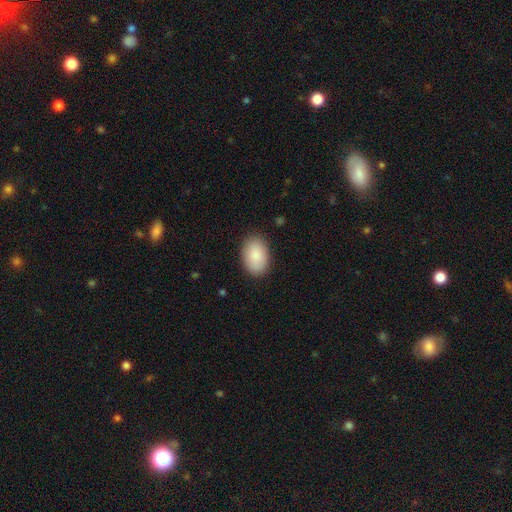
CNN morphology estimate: smooth-or-featured: smooth: 88% | featured or disk: 6% | star or artifact: 6%
  how-rounded: in between: 89% | round: 10% | cigar-shaped: 1%
  merging: none: 86% | minor disturbance: 10% | major disturbance: 2% | merger: 1%